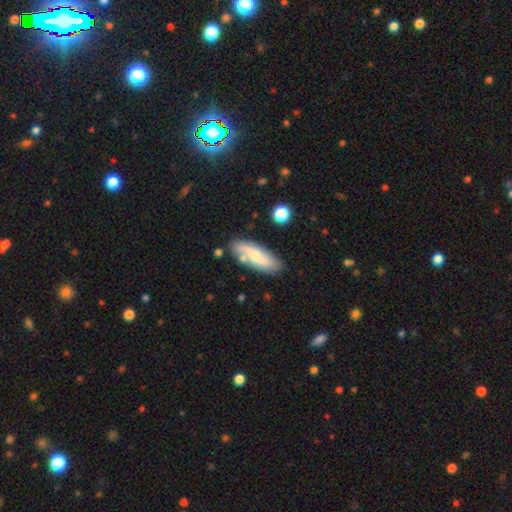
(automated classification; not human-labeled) Smooth or featured?
  - smooth: 58% *
  - featured or disk: 36%
  - star or artifact: 6%
How rounded?
  - in between: 65% *
  - cigar-shaped: 32%
  - round: 3%
Merging?
  - none: 74% *
  - minor disturbance: 16%
  - merger: 6%
  - major disturbance: 3%